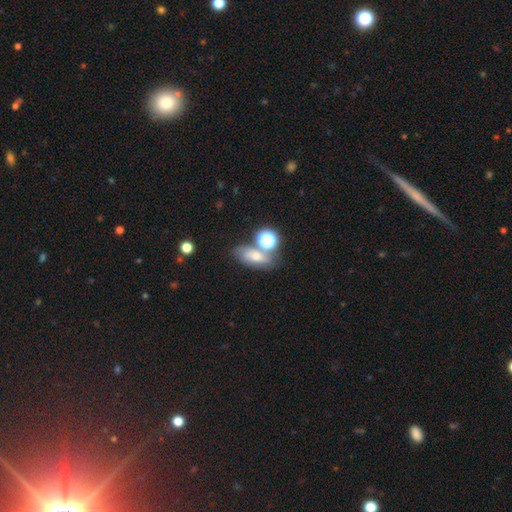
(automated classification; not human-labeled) Q: Smooth or featured?
A: smooth (56%); runner-up: star or artifact (23%)
Q: How rounded?
A: in between (69%); runner-up: round (21%)
Q: Merging?
A: none (55%); runner-up: merger (22%)